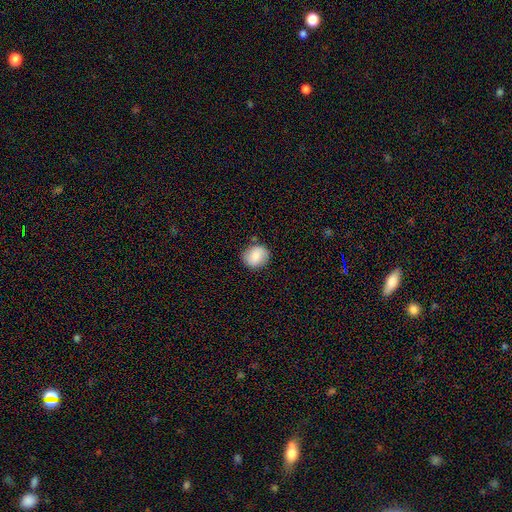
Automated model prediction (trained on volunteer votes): smooth 80%, featured or disk 12%, star or artifact 8%. Down the decision tree: how rounded — round (72%); merging — none (83%).